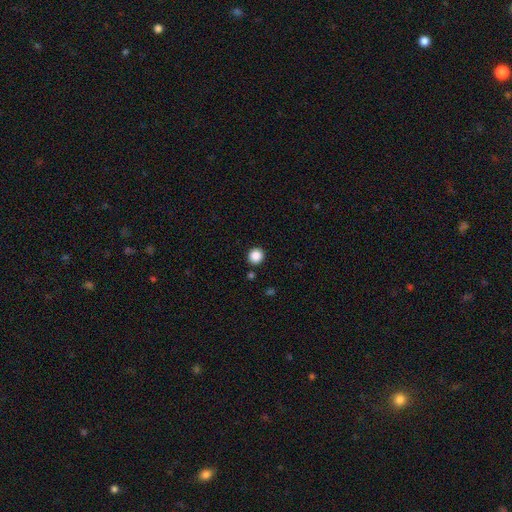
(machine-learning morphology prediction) Smooth or featured?
  - smooth: 87% *
  - star or artifact: 10%
  - featured or disk: 3%
How rounded?
  - round: 92% *
  - in between: 7%
  - cigar-shaped: 1%
Merging?
  - none: 90% *
  - minor disturbance: 5%
  - merger: 2%
  - major disturbance: 2%